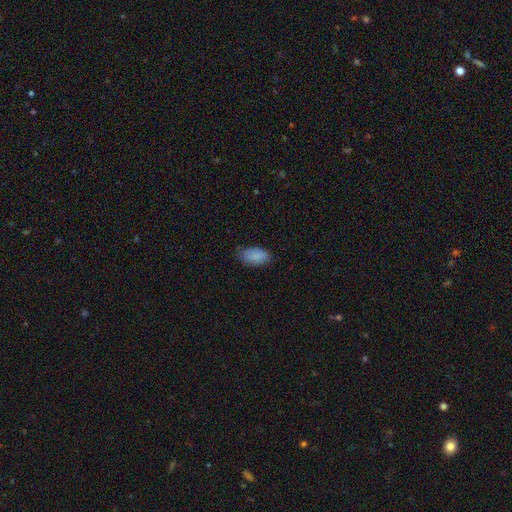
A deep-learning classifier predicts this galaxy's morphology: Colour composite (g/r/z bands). It shows a smooth galaxy with no disk features (87%) that is in between round and cigar-shaped (93%). Merging: none (74%).